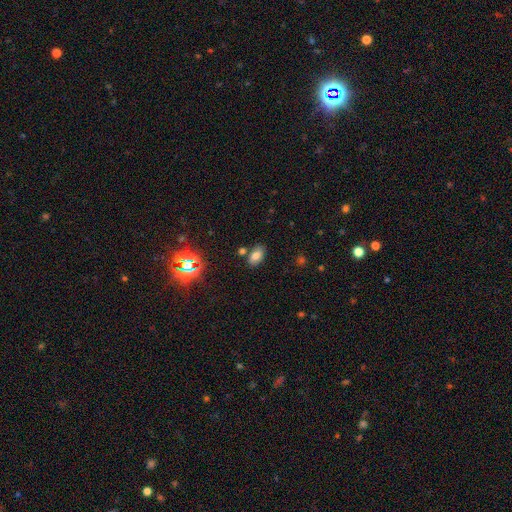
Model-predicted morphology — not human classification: Smooth or featured? smooth (72%)
How rounded? in between (89%)
Merging? none (74%)